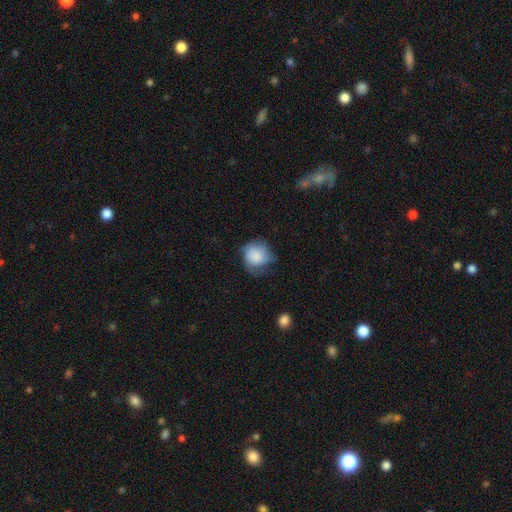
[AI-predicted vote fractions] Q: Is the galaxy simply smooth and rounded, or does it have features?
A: smooth — 78%.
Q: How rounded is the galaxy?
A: round — 80%.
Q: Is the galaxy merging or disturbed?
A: none — 44%.